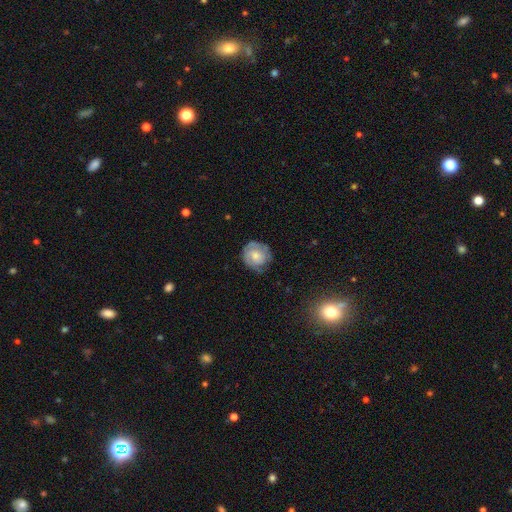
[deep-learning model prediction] featured or disk 53%, smooth 40%, star or artifact 7%. Down the decision tree: edge-on disk — no (97%); bar — no (75%); spiral arms — yes (79%); bulge size — moderate (43%); merging — none (66%).